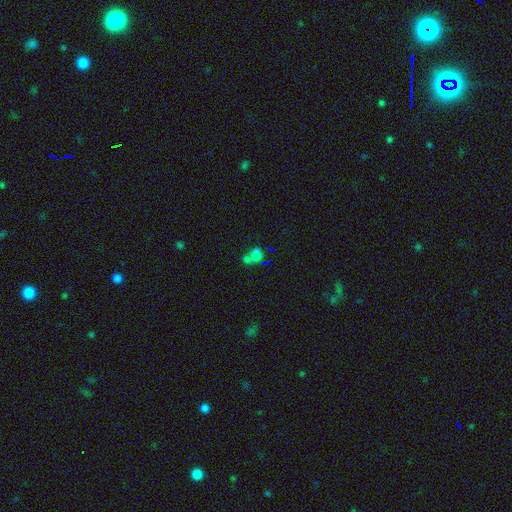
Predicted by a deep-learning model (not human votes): Overall: smooth (58%; star or artifact 26%). How rounded: in between (55%; round 41%). Merging: merger (52%; none 29%).